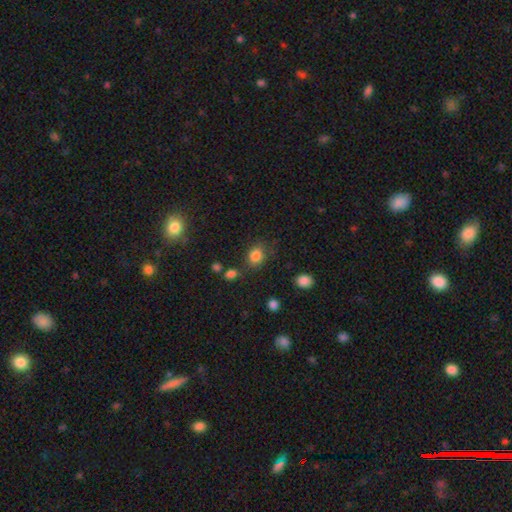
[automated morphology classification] smooth_or_featured: smooth (p=0.82) [alt: star or artifact p=0.12]
how_rounded: round (p=0.54) [alt: in between p=0.45]
merging: none (p=0.73) [alt: minor disturbance p=0.16]